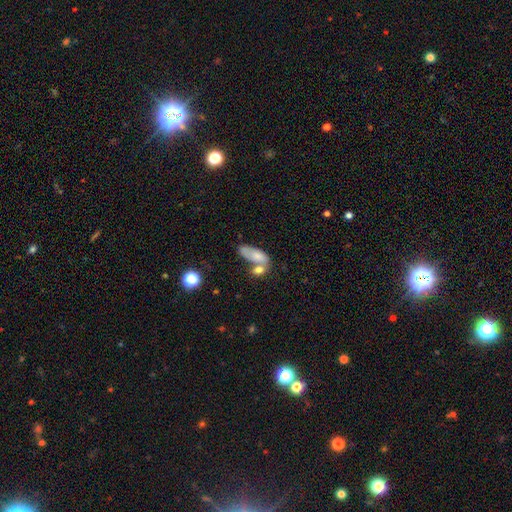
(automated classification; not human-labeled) Smooth or featured? smooth (73%)
How rounded? in between (78%)
Merging? merger (46%)